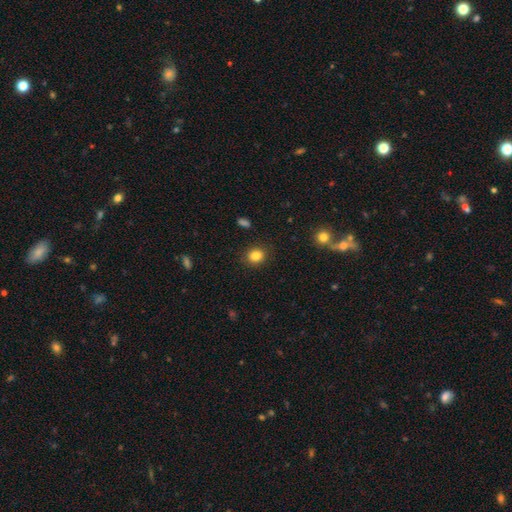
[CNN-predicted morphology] A smooth galaxy with no disk features (84%) that is round (73%). Merging: none (88%).